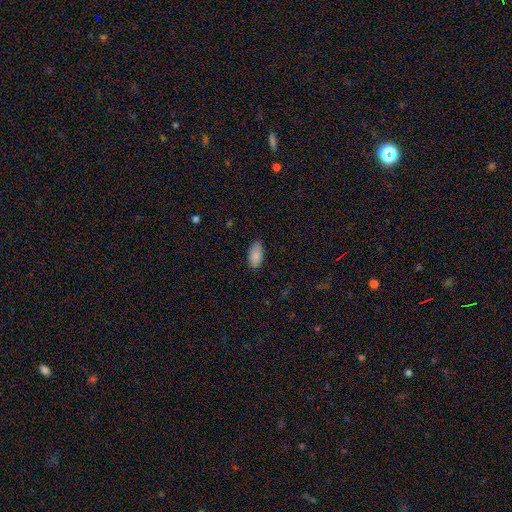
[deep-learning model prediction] This appears to be a smooth galaxy with no disk features (89%) that is in between round and cigar-shaped (93%). Merging: none (80%).